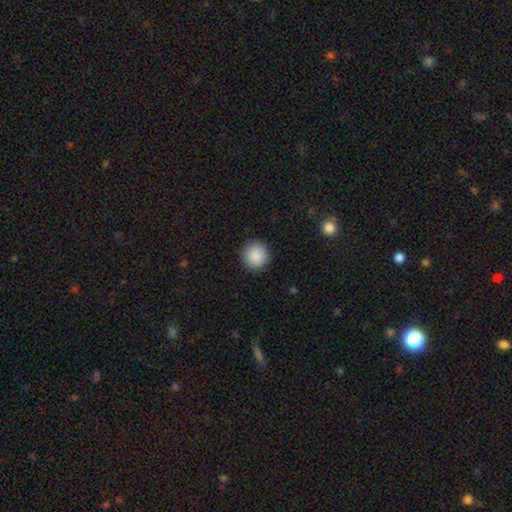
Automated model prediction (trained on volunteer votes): Q: Smooth or featured?
A: smooth (89%); runner-up: star or artifact (8%)
Q: How rounded?
A: round (95%); runner-up: in between (4%)
Q: Merging?
A: none (92%); runner-up: minor disturbance (6%)